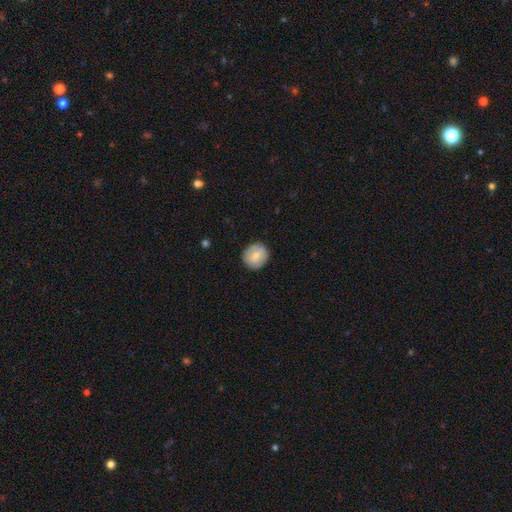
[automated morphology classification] Smooth or featured?
  - smooth: 72% *
  - featured or disk: 21%
  - star or artifact: 7%
How rounded?
  - round: 90% *
  - in between: 9%
  - cigar-shaped: 1%
Merging?
  - none: 88% *
  - minor disturbance: 9%
  - major disturbance: 2%
  - merger: 1%